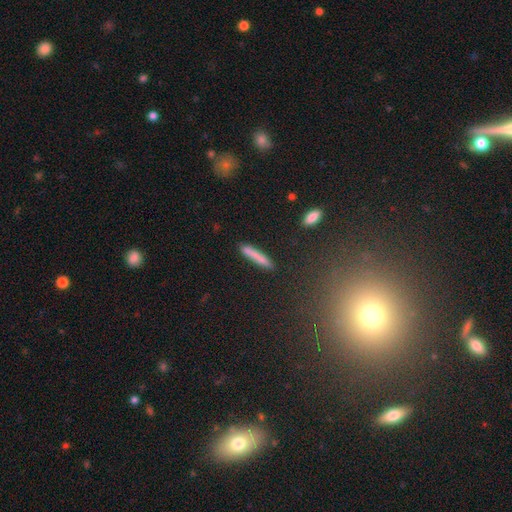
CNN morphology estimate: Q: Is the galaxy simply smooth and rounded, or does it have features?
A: smooth — 77%.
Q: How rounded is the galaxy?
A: cigar-shaped — 93%.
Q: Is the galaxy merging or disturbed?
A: none — 84%.